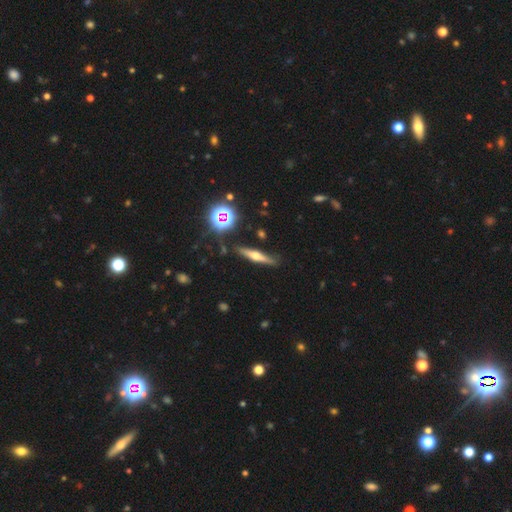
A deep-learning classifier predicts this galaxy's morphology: Q: Smooth or featured?
A: featured or disk (60%); runner-up: smooth (29%)
Q: Edge-on disk?
A: yes (95%); runner-up: no (5%)
Q: Edge-on bulge?
A: rounded (92%); runner-up: boxy (4%)
Q: Merging?
A: none (86%); runner-up: minor disturbance (9%)